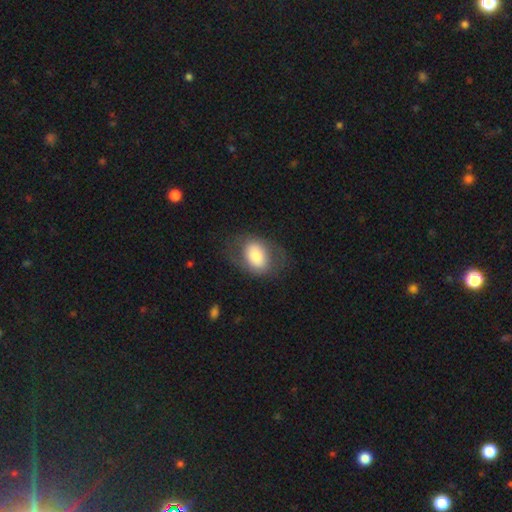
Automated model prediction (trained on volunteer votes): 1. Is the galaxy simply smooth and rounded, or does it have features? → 66% smooth, 27% featured or disk, 7% star or artifact.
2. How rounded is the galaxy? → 77% in between, 22% round, 1% cigar-shaped.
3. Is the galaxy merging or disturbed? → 70% none, 17% minor disturbance, 11% major disturbance, 1% merger.